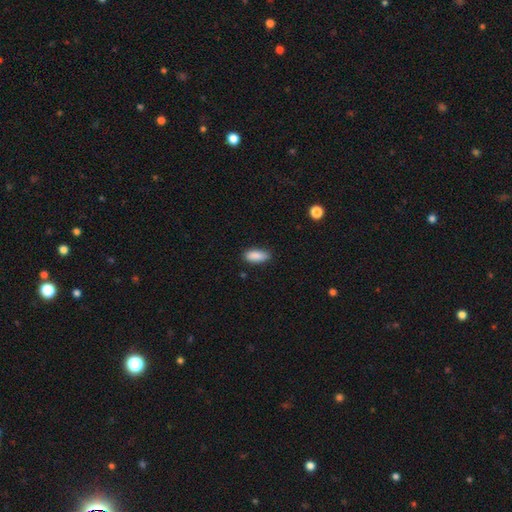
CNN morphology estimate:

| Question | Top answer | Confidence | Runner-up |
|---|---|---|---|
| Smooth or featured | smooth | 89% | star or artifact (7%) |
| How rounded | in between | 83% | cigar-shaped (15%) |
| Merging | none | 81% | minor disturbance (15%) |